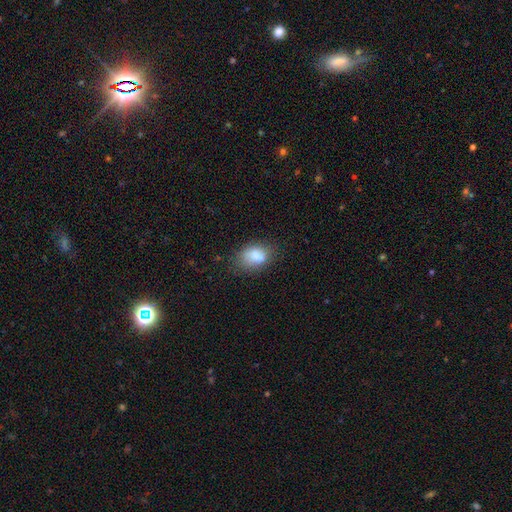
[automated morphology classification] type=smooth (80%); roundness=in between (78%); merging=none (60%).